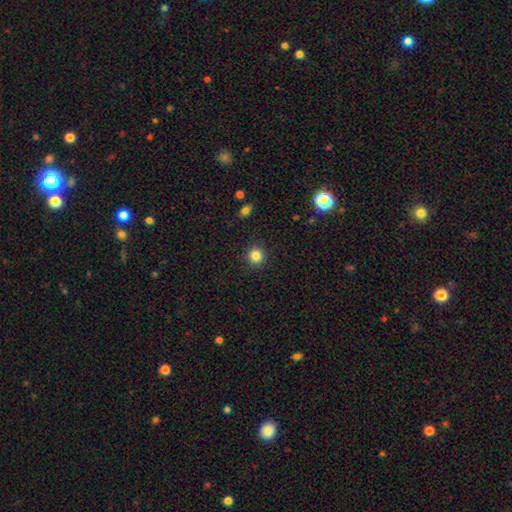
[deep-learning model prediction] The model was most divided on "smooth or featured": smooth: 84%, star or artifact: 11%, featured or disk: 5%. More confident: how rounded — round (93%); merging — none (91%).